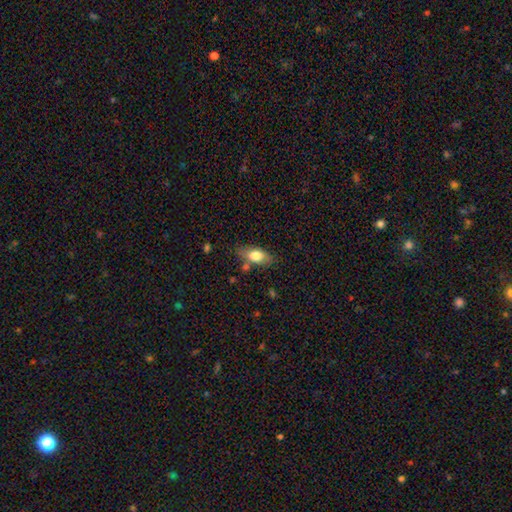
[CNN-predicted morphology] This appears to be a smooth galaxy with no disk features (75%) that is in between round and cigar-shaped (84%). Merging: none (69%).